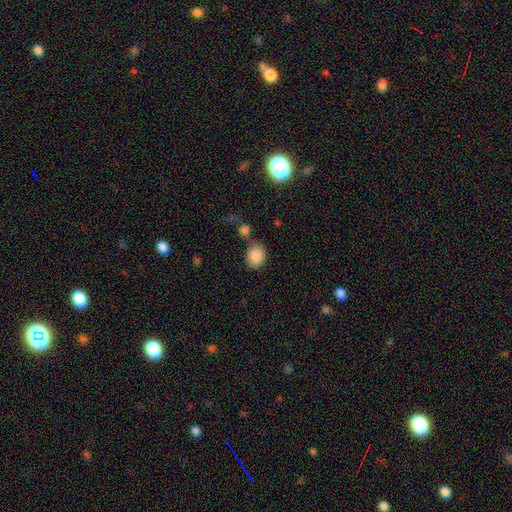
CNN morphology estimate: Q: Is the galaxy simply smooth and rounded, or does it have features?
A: smooth — 86%.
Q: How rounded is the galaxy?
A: round — 59%.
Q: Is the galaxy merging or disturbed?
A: none — 63%.